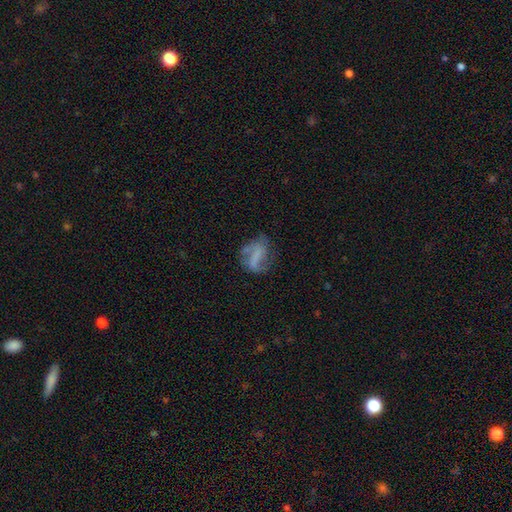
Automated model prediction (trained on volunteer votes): Smooth or featured: featured or disk — 54% (smooth — 36%)
Edge-on disk: no — 97% (yes — 3%)
Bar: no — 40% (weak — 31%)
Spiral arms: yes — 58% (no — 42%)
Bulge size: none — 68% (small — 14%)
Merging: none — 47% (minor disturbance — 25%)